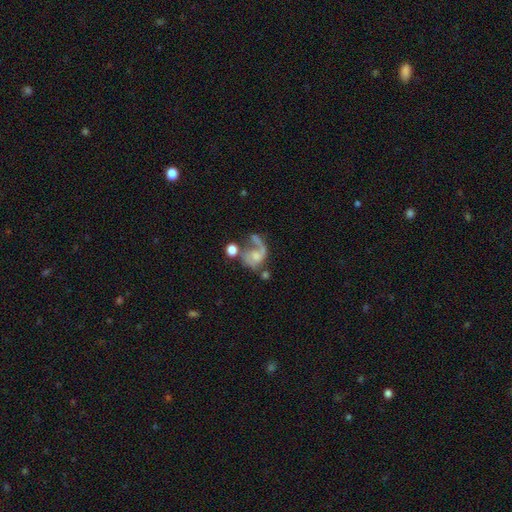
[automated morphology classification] The model was most divided on "bulge size": small: 34%, moderate: 33%, none: 24%, large: 8%, dominant: 2%. Remaining: edge-on disk — no (98%); spiral arms — yes (85%); smooth or featured — featured or disk (70%); bar — no (69%); spiral arm count — 1 (54%); spiral winding — loose (50%); merging — major disturbance (35%).